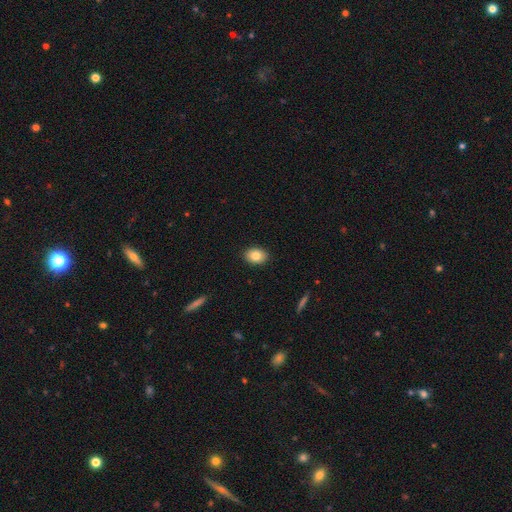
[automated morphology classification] Smooth or featured? Predicted: smooth (p=0.84). How rounded? Predicted: in between (p=0.76). Merging? Predicted: none (p=0.90).